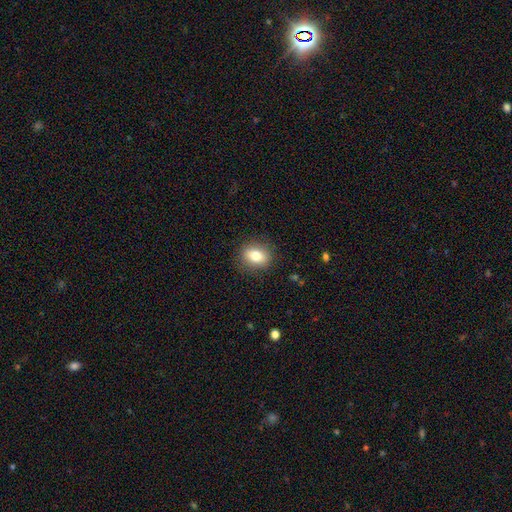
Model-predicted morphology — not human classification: type=smooth (79%); roundness=in between (57%); merging=none (86%).